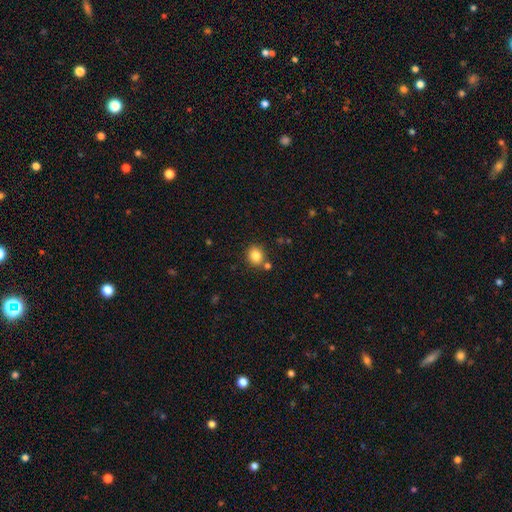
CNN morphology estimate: The model was most divided on "how rounded": round: 76%, in between: 23%, cigar-shaped: 1%. More confident: smooth or featured — smooth (83%); merging — none (79%).